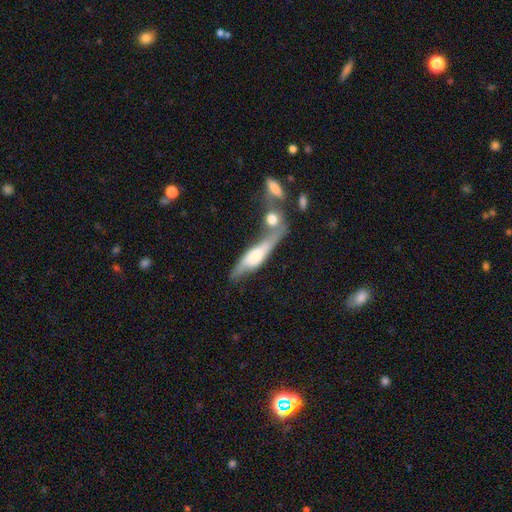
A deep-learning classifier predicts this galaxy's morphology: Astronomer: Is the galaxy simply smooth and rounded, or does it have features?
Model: featured or disk — 58% (runner-up: smooth, 36%).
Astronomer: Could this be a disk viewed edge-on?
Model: yes — 65%.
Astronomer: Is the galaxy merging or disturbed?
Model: merger — 42% (runner-up: none, 33%).